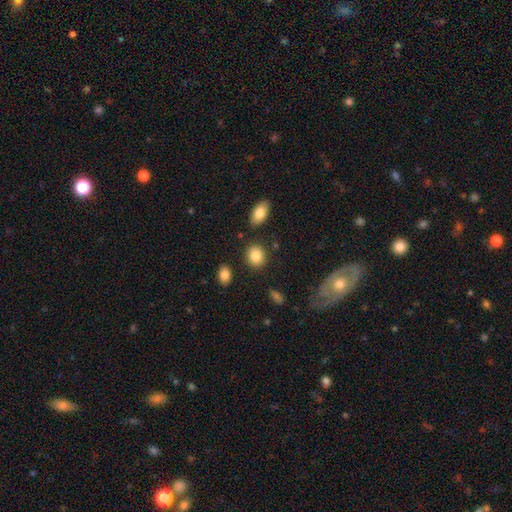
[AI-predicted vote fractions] smooth 86%, star or artifact 8%, featured or disk 6%. Down the decision tree: how rounded — round (64%); merging — none (85%).